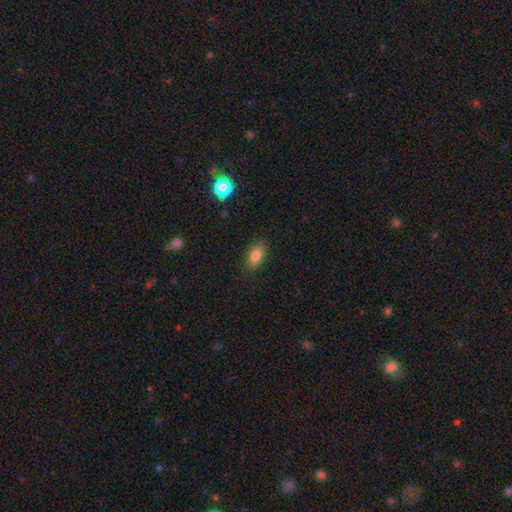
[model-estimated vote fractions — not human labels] A smooth galaxy with no disk features (82%) that is in between round and cigar-shaped (85%).

Vote fractions:
- Smooth or featured? smooth: 82% / star or artifact: 9% / featured or disk: 9%
- How rounded? in between: 85% / cigar-shaped: 10% / round: 6%
- Merging? none: 85% / minor disturbance: 11% / major disturbance: 3% / merger: 1%